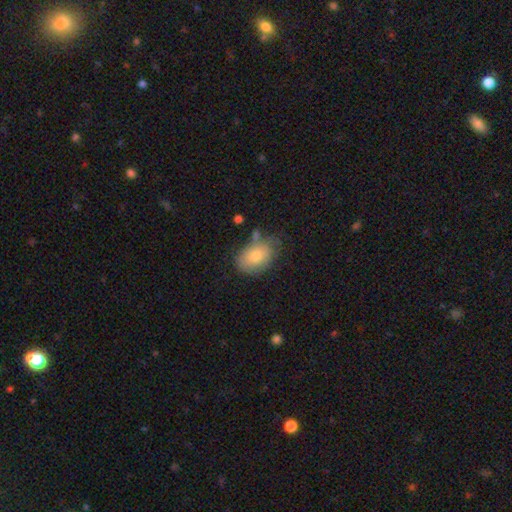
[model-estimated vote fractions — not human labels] Smooth or featured: smooth — 77% (featured or disk — 16%)
How rounded: in between — 84% (round — 15%)
Merging: none — 55% (minor disturbance — 29%)